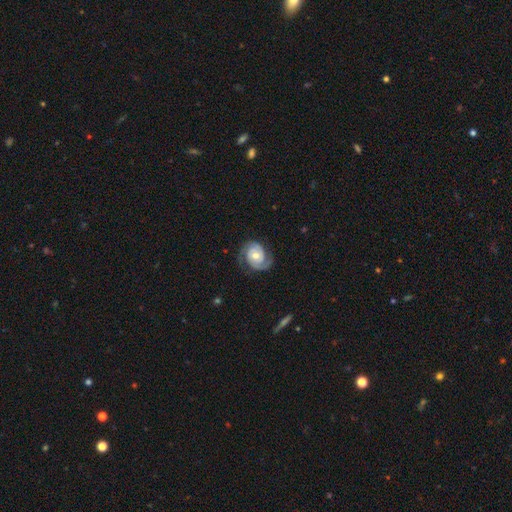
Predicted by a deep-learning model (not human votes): A featured or disk galaxy (85%) with no bar (68%), 2 (85%) tight (55%) spiral arms (96%) and a moderate central bulge (67%). Merging: none (74%).